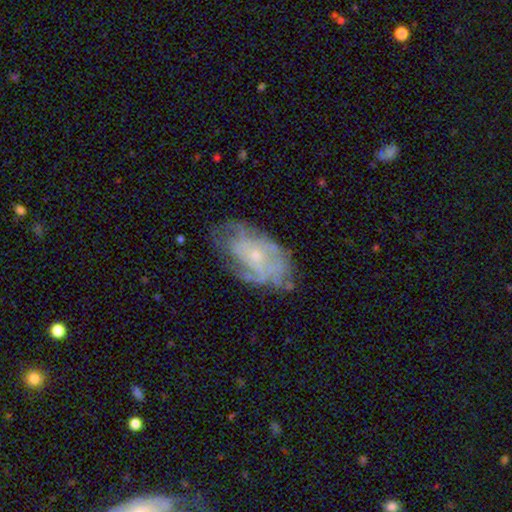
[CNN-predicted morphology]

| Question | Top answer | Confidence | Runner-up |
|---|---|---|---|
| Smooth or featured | featured or disk | 67% | smooth (25%) |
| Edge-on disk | no | 95% | yes (5%) |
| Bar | no | 80% | weak (18%) |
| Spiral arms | yes | 65% | no (35%) |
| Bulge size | small | 72% | moderate (22%) |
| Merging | none | 57% | minor disturbance (27%) |